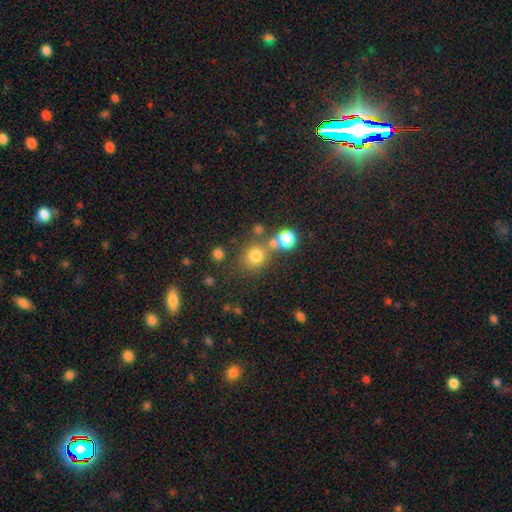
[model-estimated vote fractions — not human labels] smooth_or_featured: smooth (p=0.76) [alt: star or artifact p=0.16]
how_rounded: round (p=0.84) [alt: in between p=0.15]
merging: none (p=0.67) [alt: merger p=0.18]